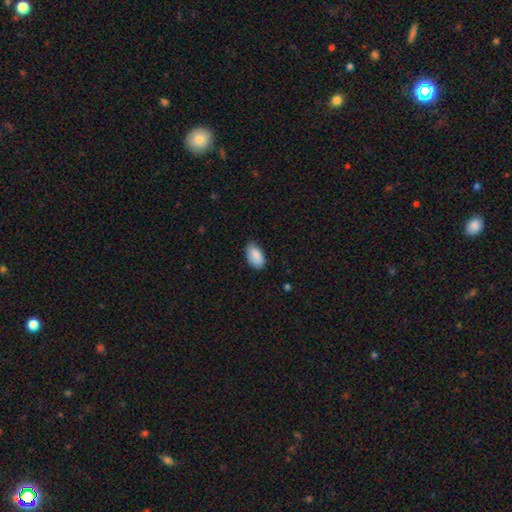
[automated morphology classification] This is clearly a smooth galaxy (87%). How rounded: clearly in between (95%). Merging: likely none (78%).